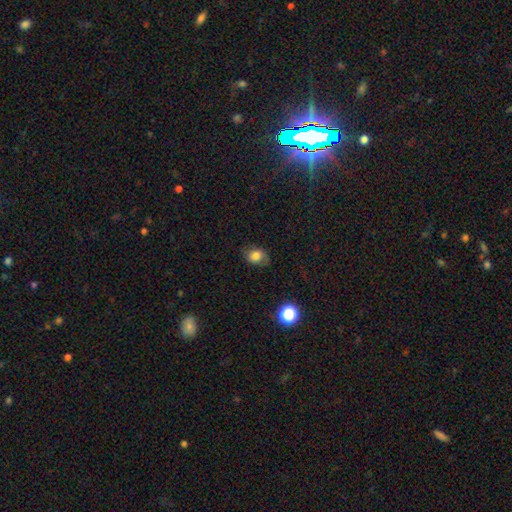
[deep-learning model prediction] smooth 71%, featured or disk 18%, star or artifact 11%. Down the decision tree: how rounded — in between (56%); merging — none (71%).